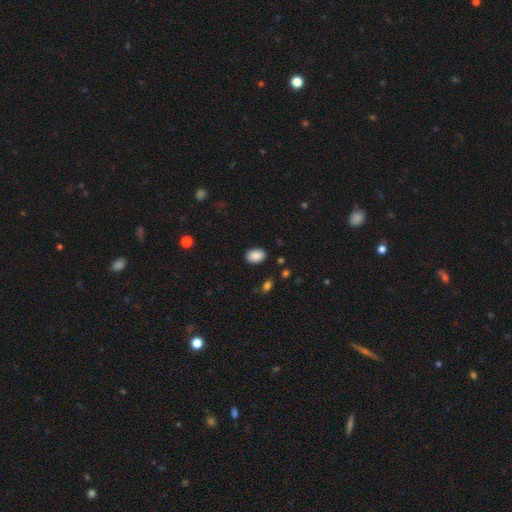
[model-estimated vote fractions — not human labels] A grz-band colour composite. It shows a smooth galaxy with no disk features (89%) that is in between round and cigar-shaped (80%). Merging: none (88%).